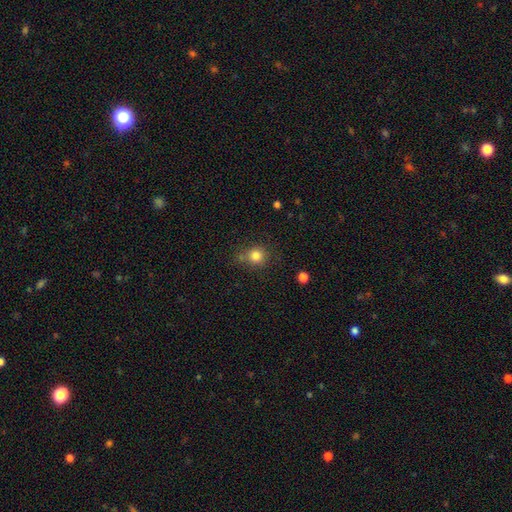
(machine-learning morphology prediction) smooth_or_featured: smooth (p=0.82) [alt: star or artifact p=0.12]
how_rounded: round (p=0.86) [alt: in between p=0.13]
merging: none (p=0.71) [alt: minor disturbance p=0.15]